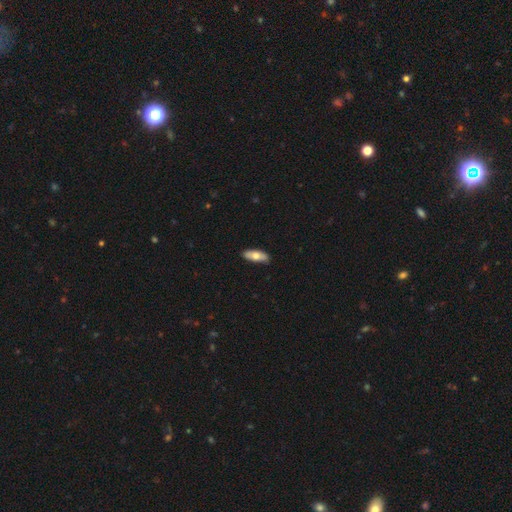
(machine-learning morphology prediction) This appears to be a smooth galaxy with no disk features (67%) that is in between round and cigar-shaped (72%). Merging: none (86%).